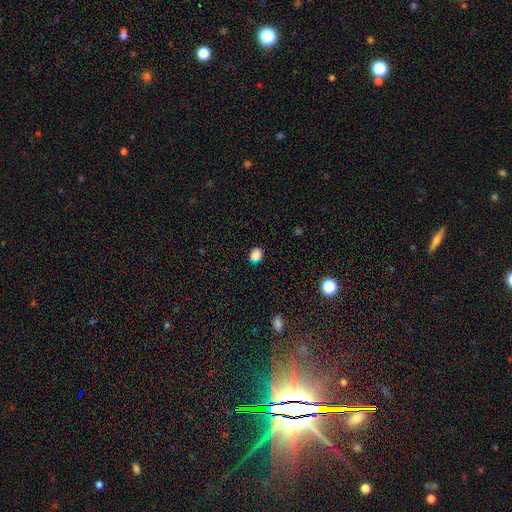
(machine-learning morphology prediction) Overall: smooth (84%). How rounded: round (60%; in between 38%). Merging: none (86%).